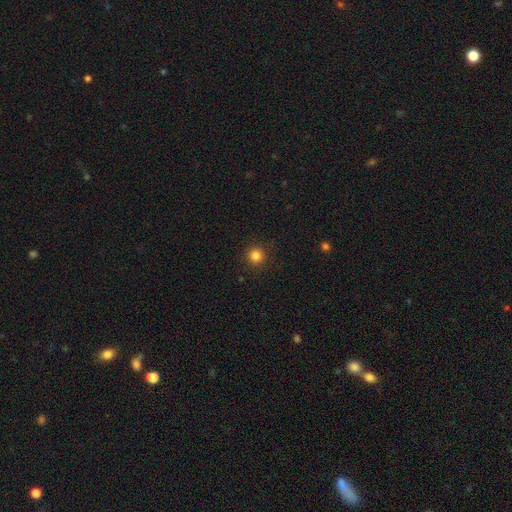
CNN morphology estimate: A smooth galaxy with no disk features (83%) that is round (95%).

Vote fractions:
- Smooth or featured? smooth: 83% / star or artifact: 13% / featured or disk: 4%
- How rounded? round: 95% / in between: 4% / cigar-shaped: 1%
- Merging? none: 92% / minor disturbance: 5% / major disturbance: 2% / merger: 1%